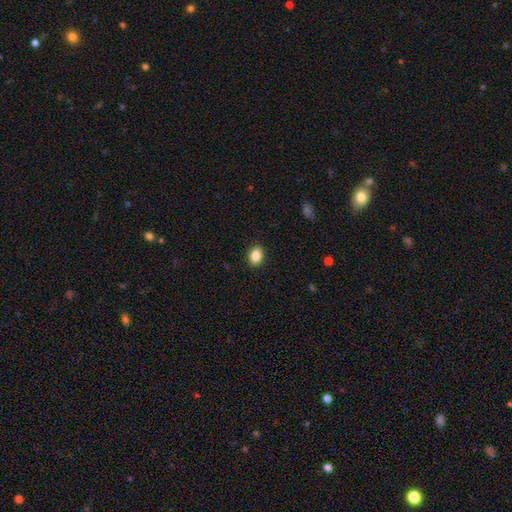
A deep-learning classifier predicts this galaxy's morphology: smooth-or-featured: smooth: 86% | star or artifact: 9% | featured or disk: 5%
  how-rounded: in between: 69% | round: 30% | cigar-shaped: 1%
  merging: none: 90% | minor disturbance: 7% | major disturbance: 2% | merger: 1%